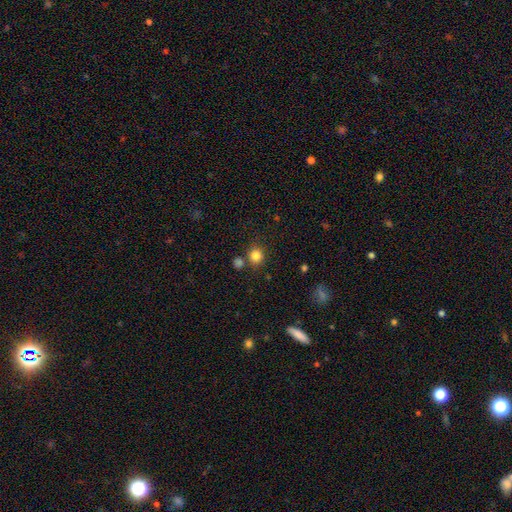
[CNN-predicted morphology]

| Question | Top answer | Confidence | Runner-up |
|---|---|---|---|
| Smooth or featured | smooth | 83% | star or artifact (12%) |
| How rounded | round | 88% | in between (11%) |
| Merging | none | 76% | merger (11%) |